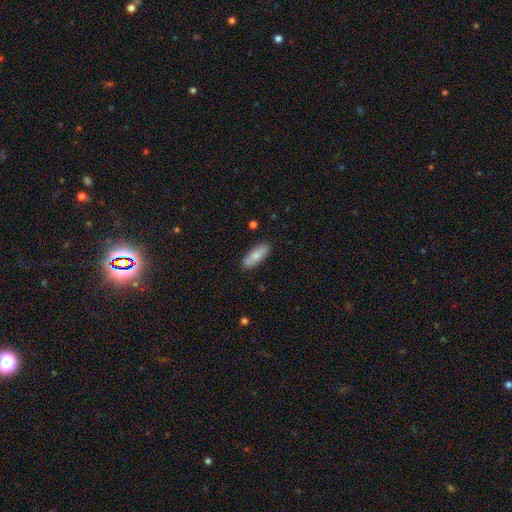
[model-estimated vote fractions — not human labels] Smooth or featured: smooth — 77% (featured or disk — 17%)
How rounded: in between — 66% (cigar-shaped — 32%)
Merging: none — 85% (minor disturbance — 11%)